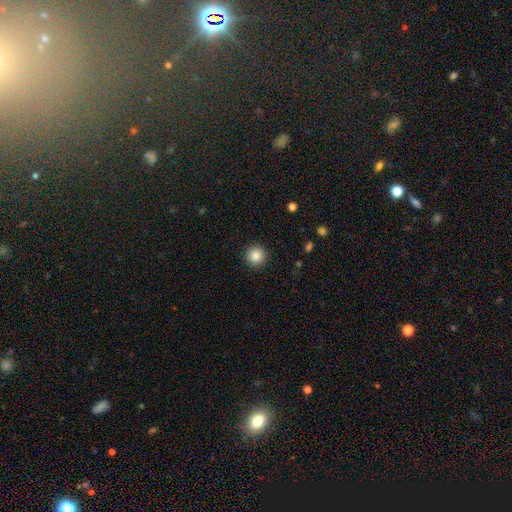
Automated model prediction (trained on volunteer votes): smooth_or_featured: smooth (p=0.87) [alt: star or artifact p=0.09]
how_rounded: round (p=0.95) [alt: in between p=0.04]
merging: none (p=0.91) [alt: minor disturbance p=0.06]